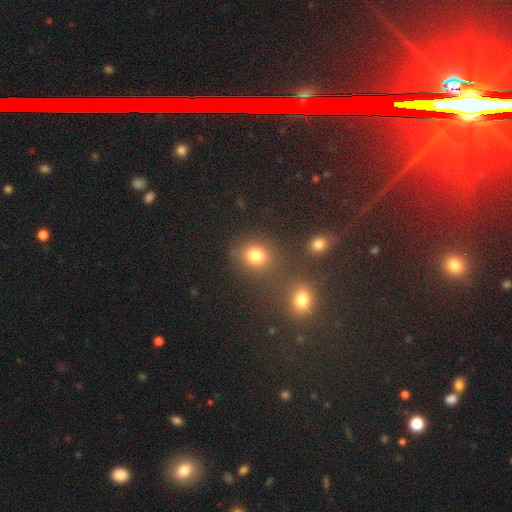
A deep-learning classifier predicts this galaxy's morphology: The model was most divided on "how rounded": round: 73%, in between: 26%, cigar-shaped: 1%. More confident: smooth or featured — smooth (77%); merging — none (71%).